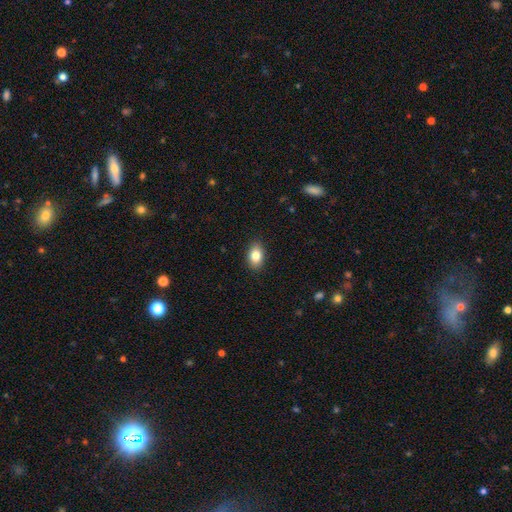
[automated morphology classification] Smooth or featured?
  - smooth: 82% *
  - featured or disk: 9%
  - star or artifact: 8%
How rounded?
  - in between: 83% *
  - round: 15%
  - cigar-shaped: 2%
Merging?
  - none: 88% *
  - minor disturbance: 9%
  - major disturbance: 2%
  - merger: 1%